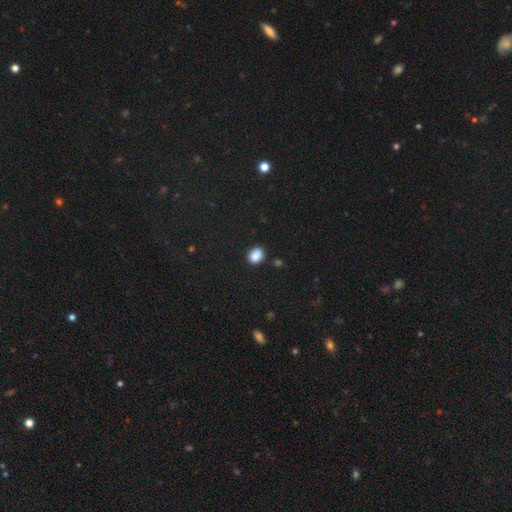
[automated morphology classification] Overall: smooth (83%). How rounded: round (54%; in between 45%). Merging: none (67%).